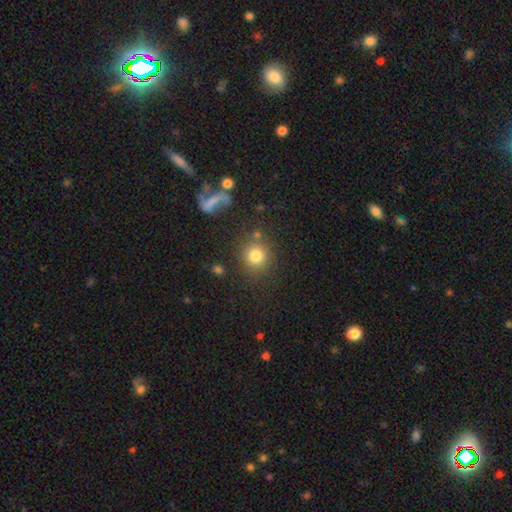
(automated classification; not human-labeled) smooth 79%, star or artifact 13%, featured or disk 8%. Down the decision tree: how rounded — round (90%); merging — none (78%).